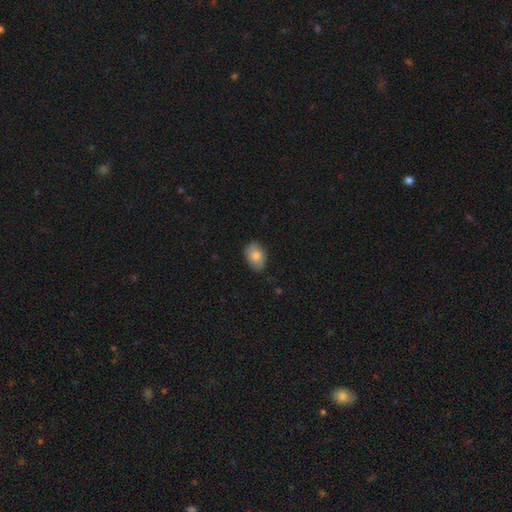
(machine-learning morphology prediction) A smooth galaxy with no disk features (83%) that is in between round and cigar-shaped (83%).

Vote fractions:
- Smooth or featured? smooth: 83% / featured or disk: 10% / star or artifact: 7%
- How rounded? in between: 83% / round: 16% / cigar-shaped: 1%
- Merging? none: 79% / minor disturbance: 17% / major disturbance: 3% / merger: 1%